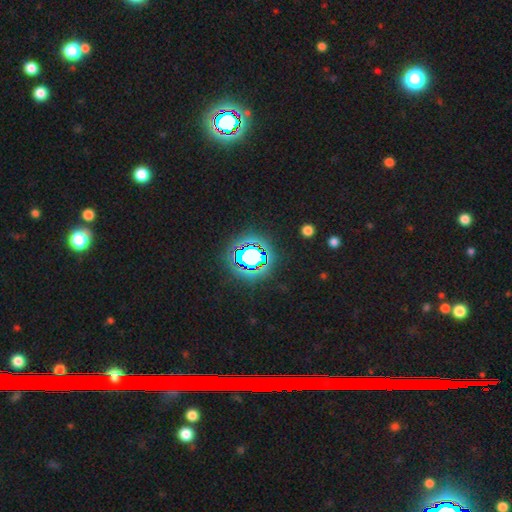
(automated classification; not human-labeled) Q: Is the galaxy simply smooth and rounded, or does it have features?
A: star or artifact — 70%.